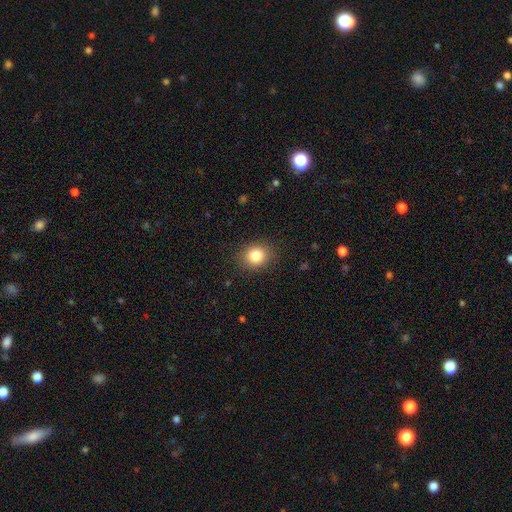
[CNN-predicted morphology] Q: Smooth or featured?
A: smooth (83%); runner-up: star or artifact (10%)
Q: How rounded?
A: round (67%); runner-up: in between (32%)
Q: Merging?
A: none (88%); runner-up: minor disturbance (9%)